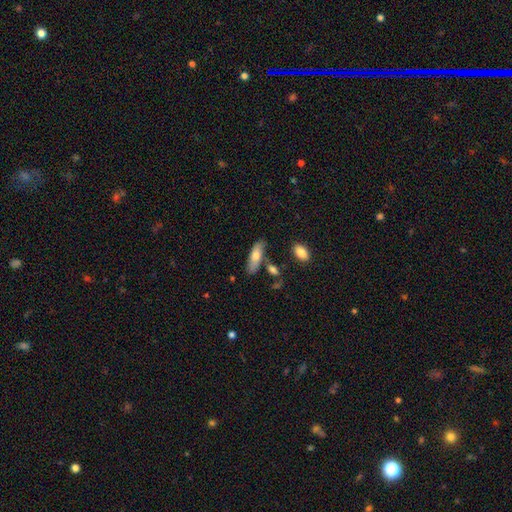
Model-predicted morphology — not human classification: smooth_or_featured: smooth (p=0.72) [alt: featured or disk p=0.22]
how_rounded: in between (p=0.58) [alt: cigar-shaped p=0.40]
merging: none (p=0.73) [alt: minor disturbance p=0.16]